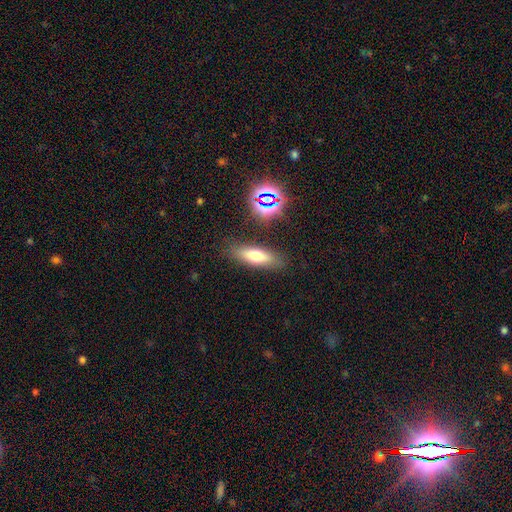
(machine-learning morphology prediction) Q: Smooth or featured?
A: smooth (65%); runner-up: featured or disk (24%)
Q: How rounded?
A: cigar-shaped (49%); runner-up: in between (48%)
Q: Merging?
A: none (84%); runner-up: minor disturbance (11%)